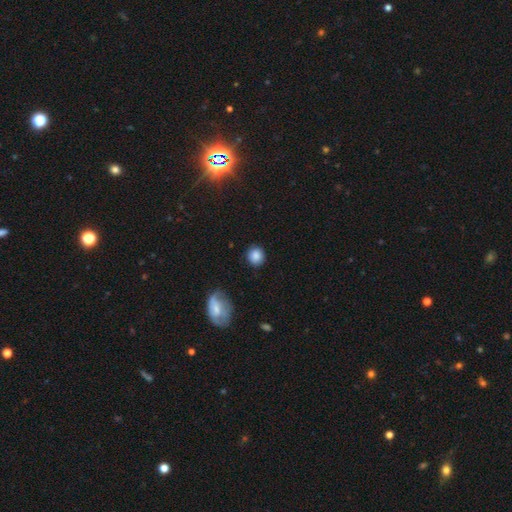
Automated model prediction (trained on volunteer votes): Overall: smooth (83%). How rounded: round (85%). Merging: none (85%).